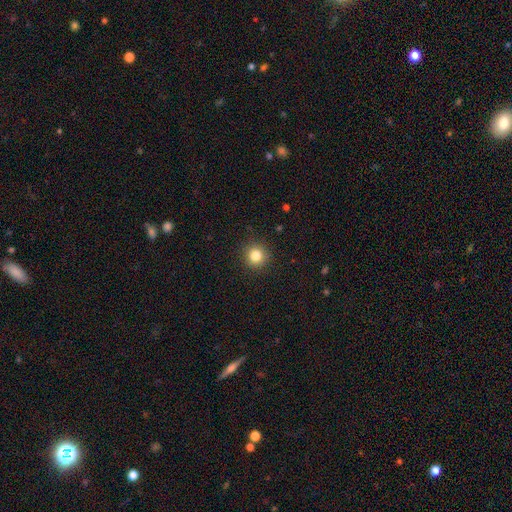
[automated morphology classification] Smooth or featured? Predicted: smooth (p=0.83). How rounded? Predicted: round (p=0.93). Merging? Predicted: none (p=0.90).